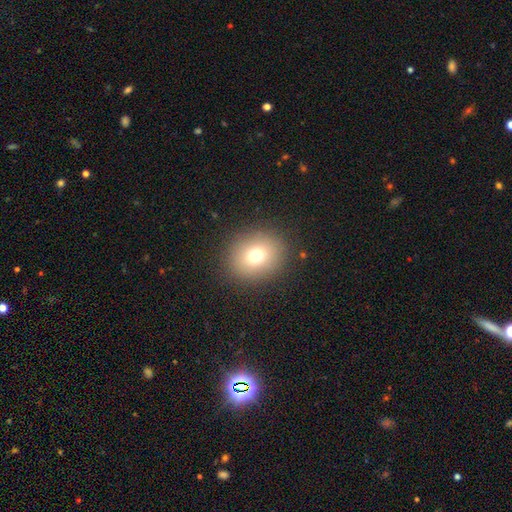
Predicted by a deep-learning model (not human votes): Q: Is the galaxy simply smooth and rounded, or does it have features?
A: smooth — 73%.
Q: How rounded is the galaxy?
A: round — 71%.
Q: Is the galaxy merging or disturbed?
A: none — 88%.